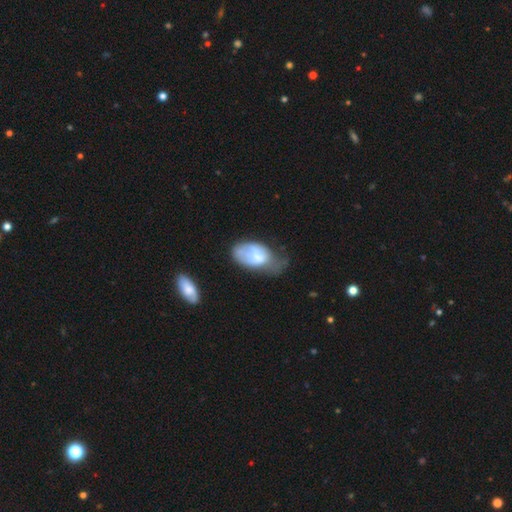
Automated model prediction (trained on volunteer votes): This appears to be a smooth galaxy with no disk features (61%) that is in between round and cigar-shaped (92%). Merging: minor disturbance (39%).